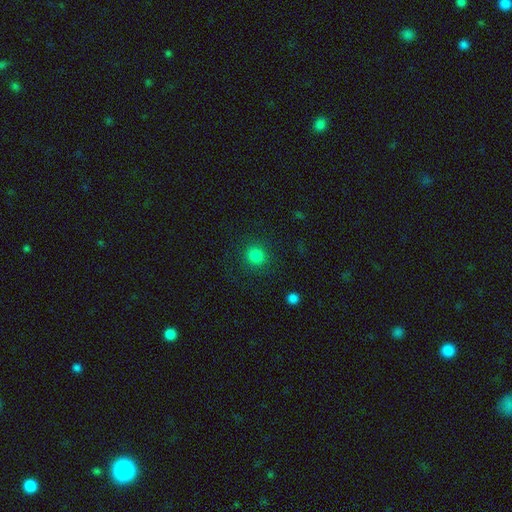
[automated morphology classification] smooth 83%, star or artifact 13%, featured or disk 4%. Down the decision tree: how rounded — round (90%); merging — none (87%).